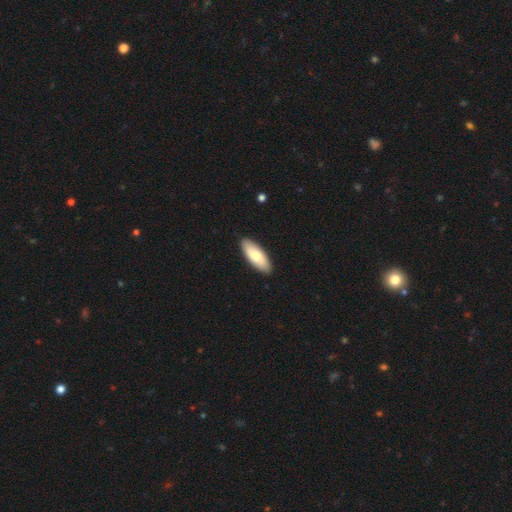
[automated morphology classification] smooth_or_featured: smooth (p=0.76) [alt: featured or disk p=0.19]
how_rounded: in between (p=0.73) [alt: cigar-shaped p=0.25]
merging: none (p=0.91) [alt: minor disturbance p=0.07]